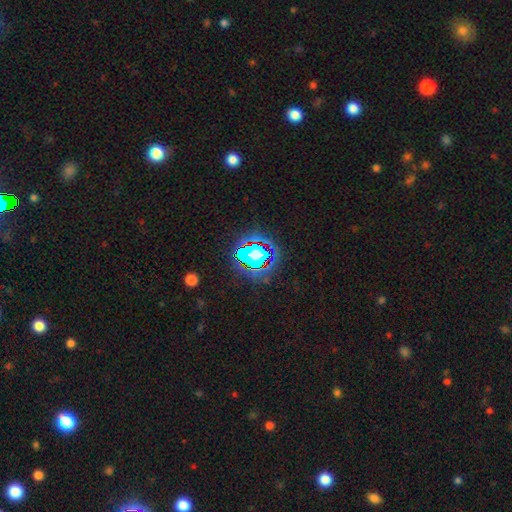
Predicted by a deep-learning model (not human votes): Smooth or featured: star or artifact — 54% (smooth — 29%)